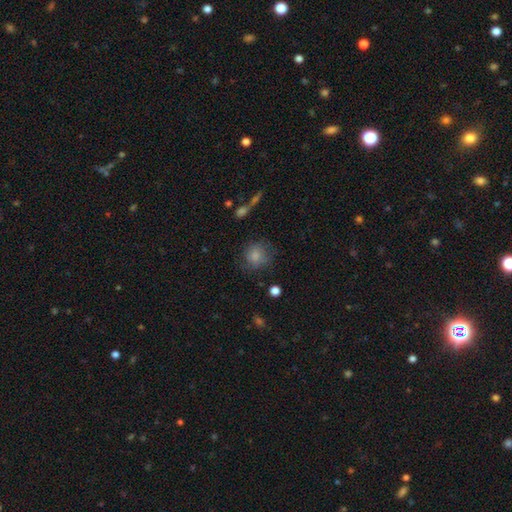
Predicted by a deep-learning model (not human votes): smooth-or-featured: smooth: 80% | featured or disk: 10% | star or artifact: 10%
  how-rounded: round: 81% | in between: 18% | cigar-shaped: 1%
  merging: none: 67% | minor disturbance: 20% | major disturbance: 10% | merger: 3%